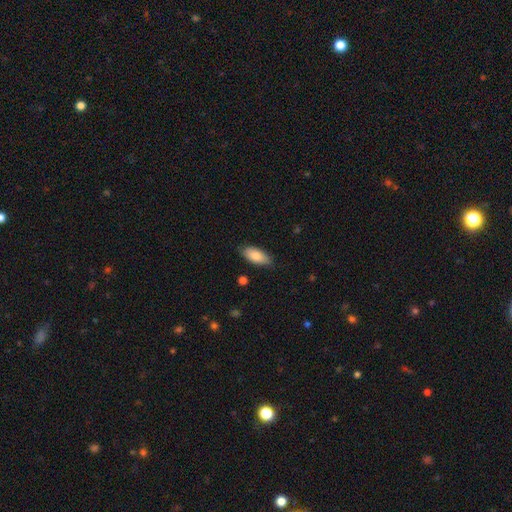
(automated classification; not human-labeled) smooth_or_featured: smooth (p=0.82) [alt: featured or disk p=0.12]
how_rounded: in between (p=0.87) [alt: cigar-shaped p=0.11]
merging: none (p=0.80) [alt: minor disturbance p=0.16]